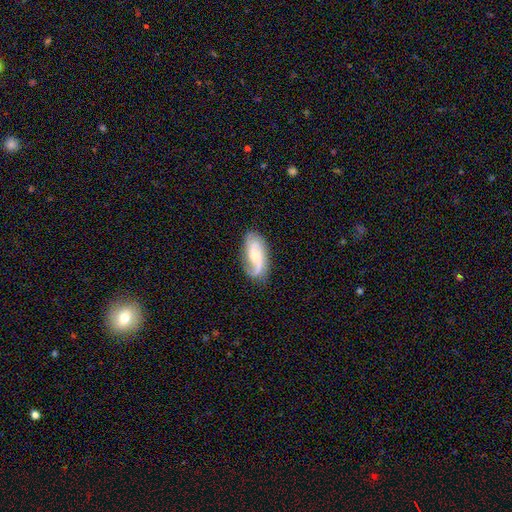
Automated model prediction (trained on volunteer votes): A featured or disk galaxy (73%) with no bar (52%), 2 (59%) loose (43%) spiral arms (94%) and a moderate central bulge (47%).

Vote fractions:
- Smooth or featured? featured or disk: 73% / smooth: 21% / star or artifact: 6%
- Edge-on disk? no: 95% / yes: 5%
- Bar? no: 52% / weak: 37% / strong: 10%
- Spiral arms? yes: 94% / no: 6%
- Spiral winding? loose: 43% / medium: 40% / tight: 17%
- Spiral arm count? 2: 59% / 1: 23% / can't tell: 9% / 3: 6% / 4: 2% / more than 4: 2%
- Bulge size? moderate: 47% / small: 39% / large: 7% / none: 5% / dominant: 1%
- Merging? none: 70% / minor disturbance: 20% / major disturbance: 9% / merger: 2%